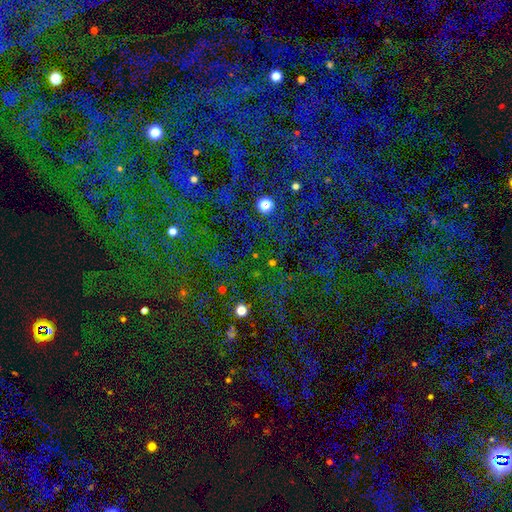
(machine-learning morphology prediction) The model was most divided on "smooth or featured": star or artifact: 66%, smooth: 24%, featured or disk: 10%.